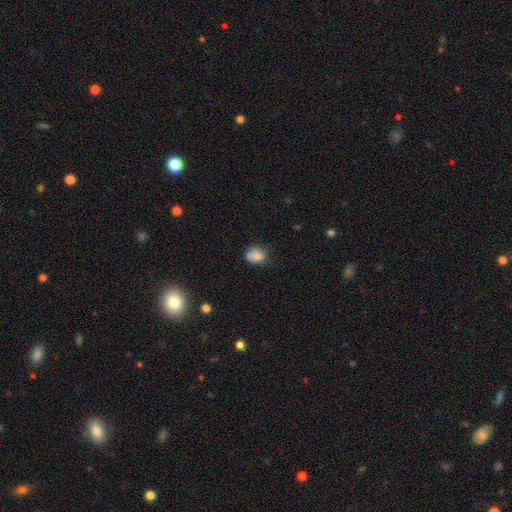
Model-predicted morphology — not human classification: Smooth or featured?
  - smooth: 77% *
  - featured or disk: 12%
  - star or artifact: 11%
How rounded?
  - round: 55% *
  - in between: 44%
  - cigar-shaped: 1%
Merging?
  - none: 49% *
  - minor disturbance: 29%
  - merger: 11%
  - major disturbance: 10%